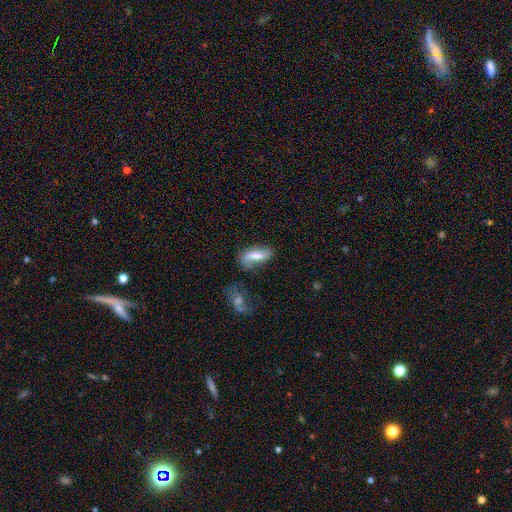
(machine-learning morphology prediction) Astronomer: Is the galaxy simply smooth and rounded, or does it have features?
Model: smooth — 49% (runner-up: featured or disk, 43%).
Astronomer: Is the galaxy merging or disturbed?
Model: none — 60%.